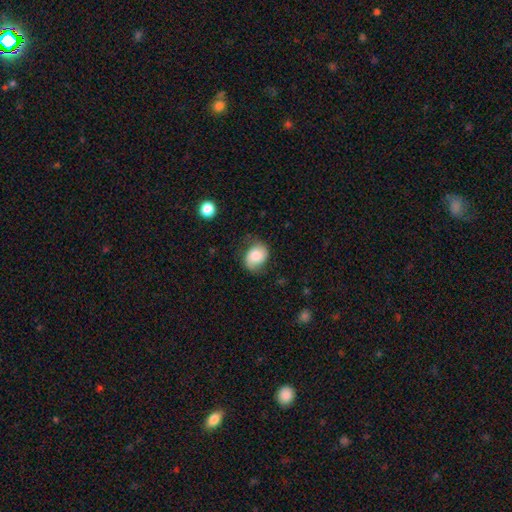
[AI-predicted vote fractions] This is likely a smooth galaxy (70%). How rounded: possibly in between (59%). Merging: likely none (61%).